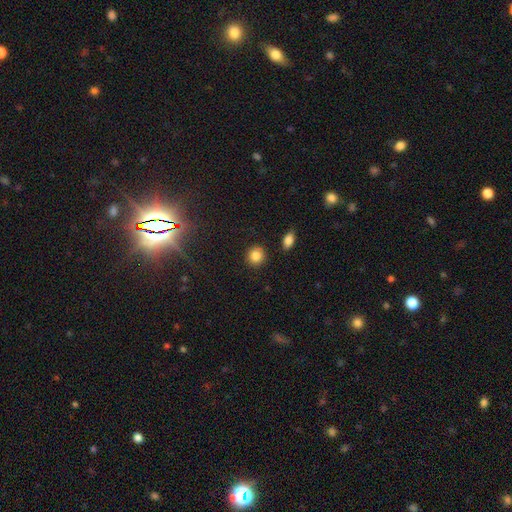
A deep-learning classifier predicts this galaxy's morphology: Smooth or featured? Predicted: smooth (p=0.85). How rounded? Predicted: round (p=0.88). Merging? Predicted: none (p=0.89).